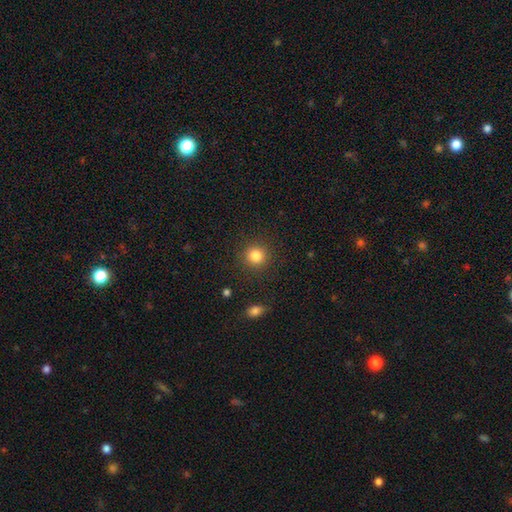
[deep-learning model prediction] Smooth or featured? smooth (83%)
How rounded? round (93%)
Merging? none (89%)